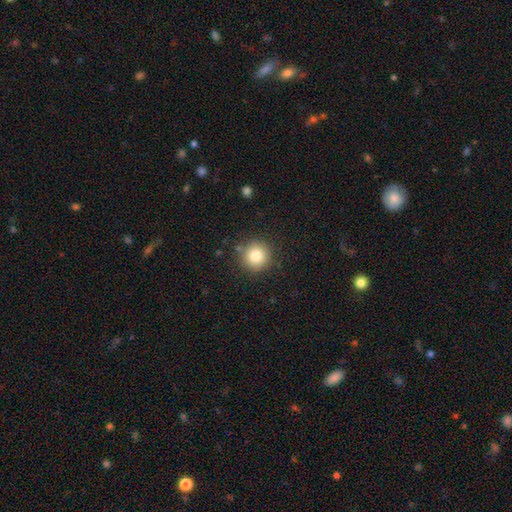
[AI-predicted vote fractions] Smooth or featured?
  - smooth: 83% *
  - star or artifact: 10%
  - featured or disk: 7%
How rounded?
  - round: 94% *
  - in between: 5%
  - cigar-shaped: 1%
Merging?
  - none: 87% *
  - minor disturbance: 9%
  - major disturbance: 3%
  - merger: 2%